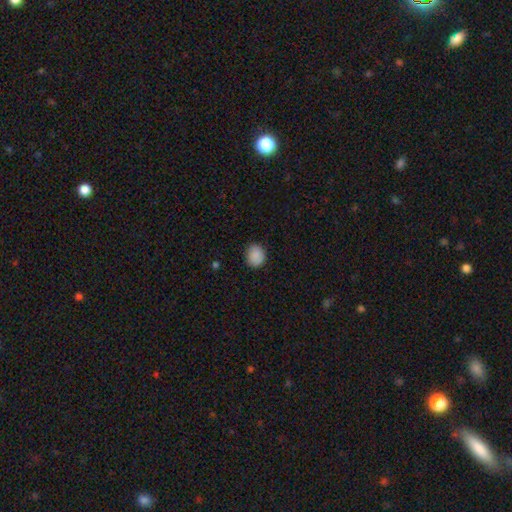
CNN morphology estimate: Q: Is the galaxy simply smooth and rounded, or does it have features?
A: smooth — 88%.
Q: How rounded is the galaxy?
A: round — 68%.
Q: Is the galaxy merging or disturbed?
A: none — 83%.